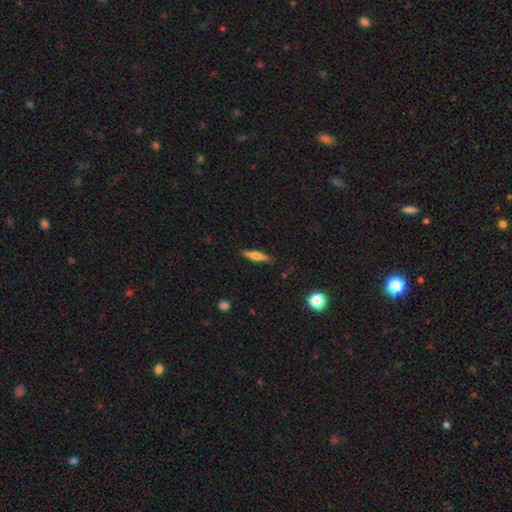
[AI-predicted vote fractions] The model was most divided on "smooth or featured": smooth: 53%, featured or disk: 40%, star or artifact: 7%. More confident: merging — none (88%); how rounded — cigar-shaped (82%).